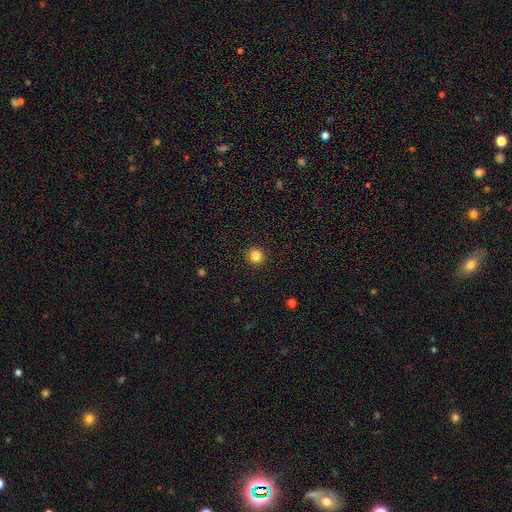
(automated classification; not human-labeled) smooth-or-featured: smooth: 84% | star or artifact: 11% | featured or disk: 4%
  how-rounded: round: 90% | in between: 9% | cigar-shaped: 1%
  merging: none: 92% | minor disturbance: 5% | major disturbance: 2% | merger: 1%